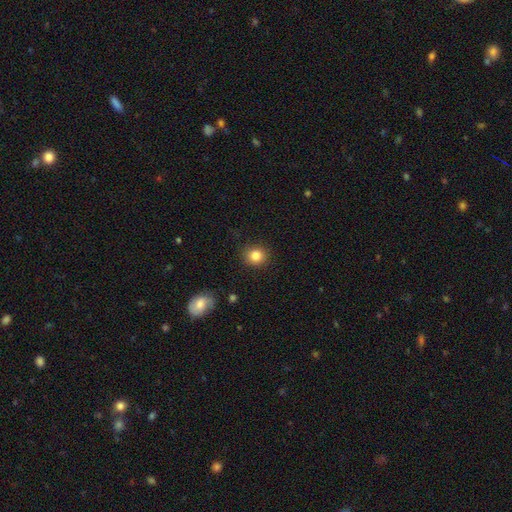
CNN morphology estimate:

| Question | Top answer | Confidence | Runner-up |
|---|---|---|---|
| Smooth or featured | smooth | 84% | star or artifact (11%) |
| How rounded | round | 84% | in between (15%) |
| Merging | none | 88% | minor disturbance (8%) |